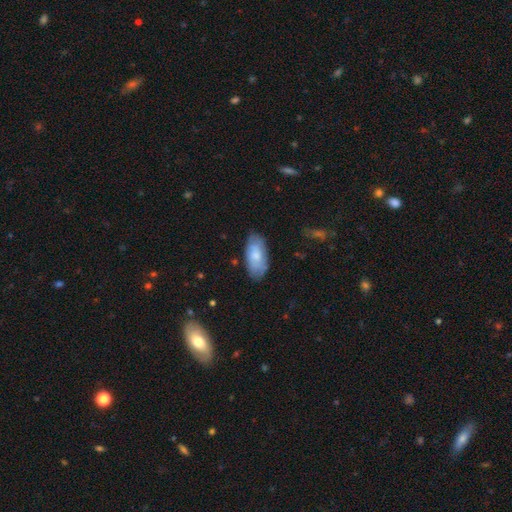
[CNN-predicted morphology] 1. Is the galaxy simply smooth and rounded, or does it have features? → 68% smooth, 26% featured or disk, 6% star or artifact.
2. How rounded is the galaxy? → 93% in between, 4% cigar-shaped, 2% round.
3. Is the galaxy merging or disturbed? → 78% none, 17% minor disturbance, 3% major disturbance, 1% merger.